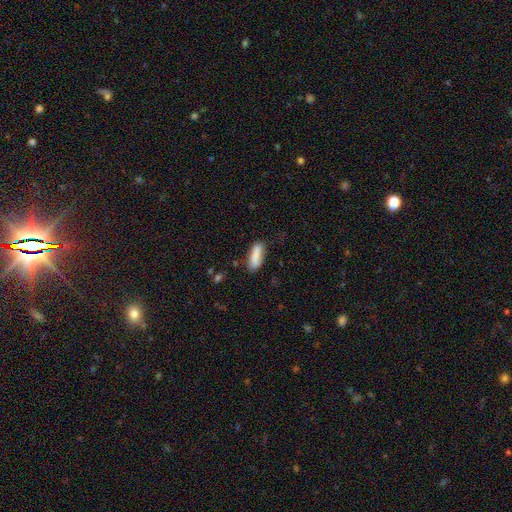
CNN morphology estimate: Smooth or featured? smooth (85%)
How rounded? in between (53%)
Merging? none (75%)